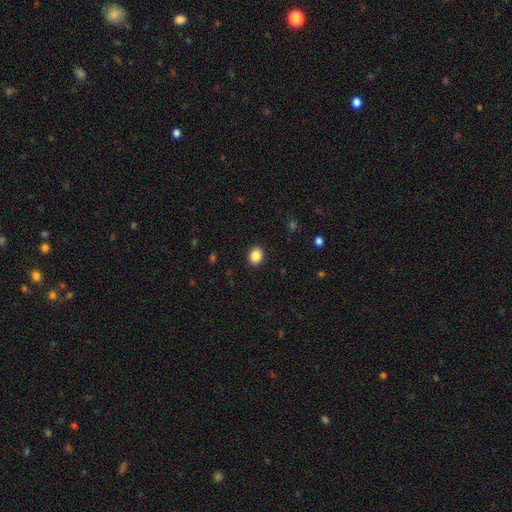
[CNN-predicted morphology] This appears to be a smooth galaxy with no disk features (87%) that is round (57%). Merging: none (91%).